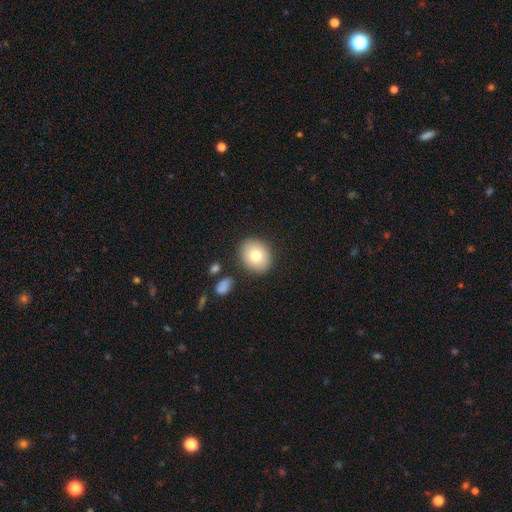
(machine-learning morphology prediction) Smooth or featured? smooth (78%)
How rounded? round (63%)
Merging? none (85%)